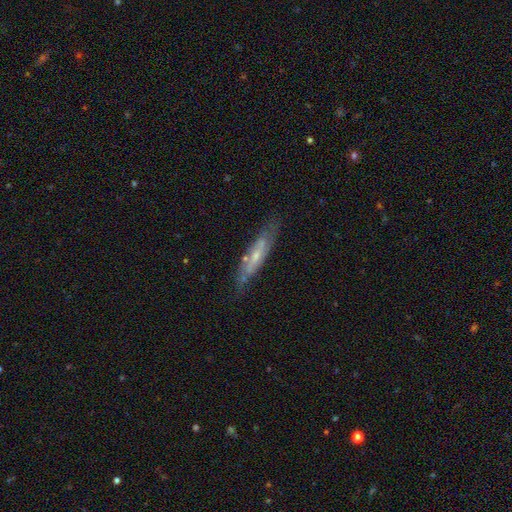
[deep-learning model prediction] This appears to be a featured or disk galaxy (62%) viewed edge-on (51%). Merging: none (72%).